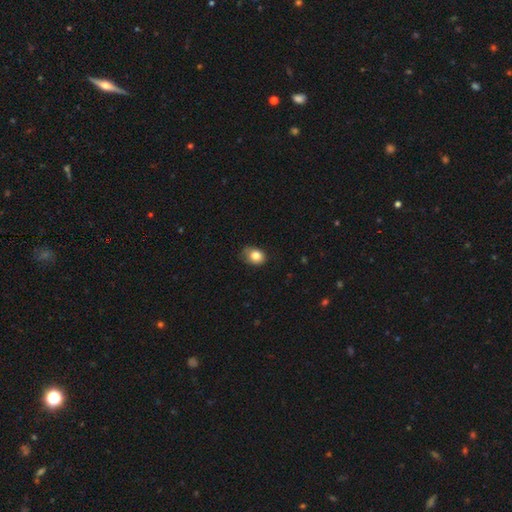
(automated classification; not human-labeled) Smooth or featured?
  - smooth: 82% *
  - star or artifact: 9%
  - featured or disk: 9%
How rounded?
  - in between: 62% *
  - round: 37%
  - cigar-shaped: 1%
Merging?
  - none: 65% *
  - minor disturbance: 29%
  - major disturbance: 5%
  - merger: 1%